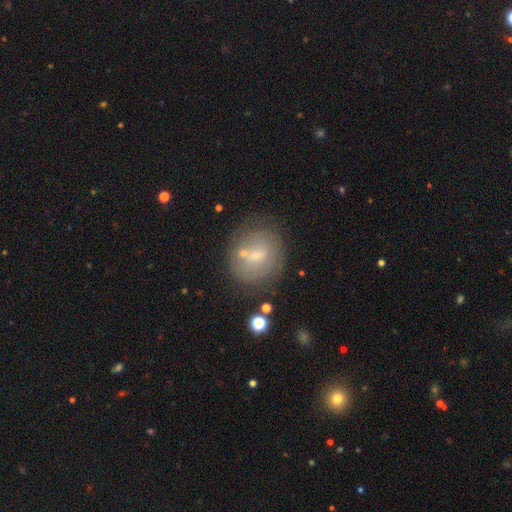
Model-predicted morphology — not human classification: Smooth or featured? smooth (54%)
How rounded? round (72%)
Merging? none (64%)